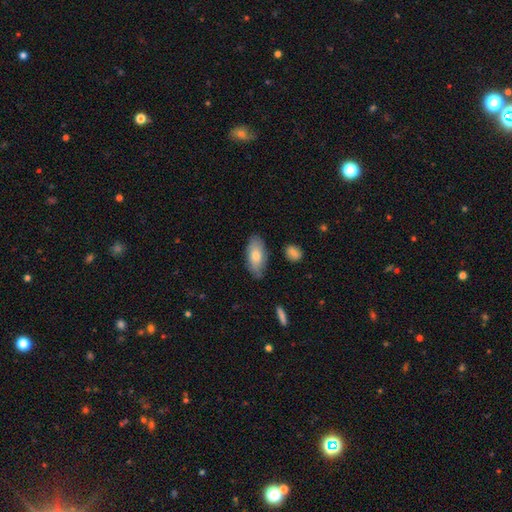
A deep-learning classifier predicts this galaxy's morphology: Overall: smooth (72%). How rounded: in between (89%). Merging: none (78%).